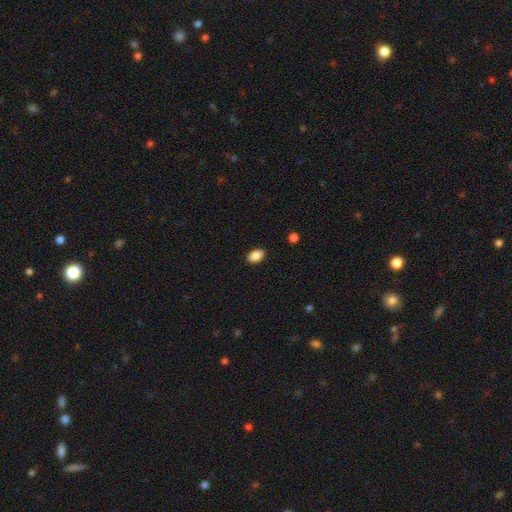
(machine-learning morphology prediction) This is clearly a smooth galaxy (88%). How rounded: clearly in between (89%). Merging: clearly none (89%).